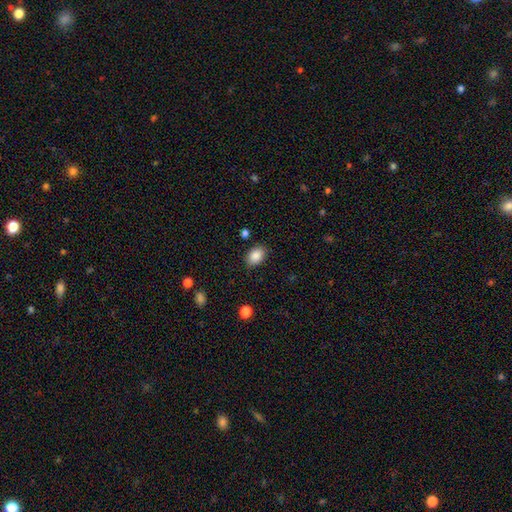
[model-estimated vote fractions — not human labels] Smooth or featured: smooth — 88% (star or artifact — 8%)
How rounded: in between — 79% (round — 20%)
Merging: none — 84% (minor disturbance — 12%)